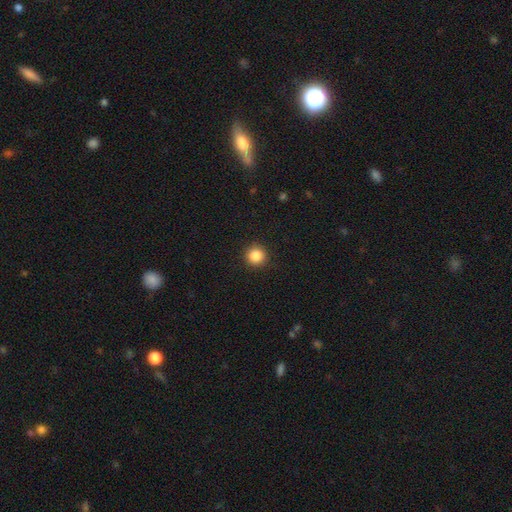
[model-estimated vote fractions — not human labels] A smooth galaxy with no disk features (86%) that is round (95%). Merging: none (92%).